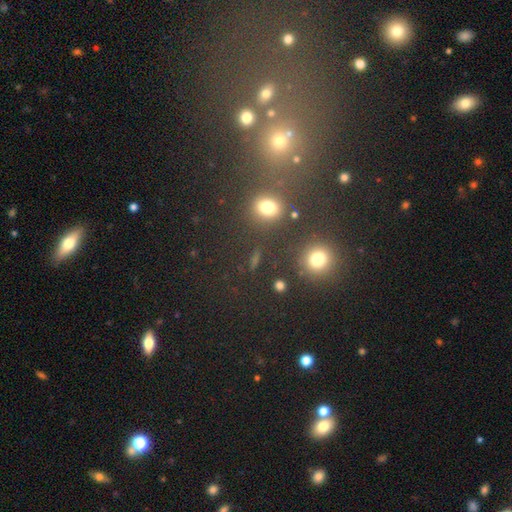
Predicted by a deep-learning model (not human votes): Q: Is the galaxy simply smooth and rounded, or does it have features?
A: smooth — 56%.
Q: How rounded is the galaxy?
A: round — 85%.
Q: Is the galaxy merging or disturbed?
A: none — 83%.